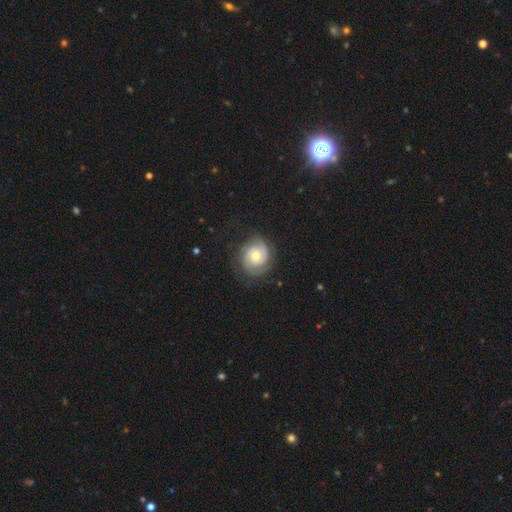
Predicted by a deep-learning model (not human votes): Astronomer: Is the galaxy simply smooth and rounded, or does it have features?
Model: featured or disk — 75%.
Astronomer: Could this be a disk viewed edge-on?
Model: no — 98%.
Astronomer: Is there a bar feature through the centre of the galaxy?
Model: no — 78%.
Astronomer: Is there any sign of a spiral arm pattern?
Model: yes — 93%.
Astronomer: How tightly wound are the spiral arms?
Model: tight — 68%.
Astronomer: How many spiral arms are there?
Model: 2 — 48%.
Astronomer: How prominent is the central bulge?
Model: moderate — 69%.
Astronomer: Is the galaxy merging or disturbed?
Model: none — 76%.